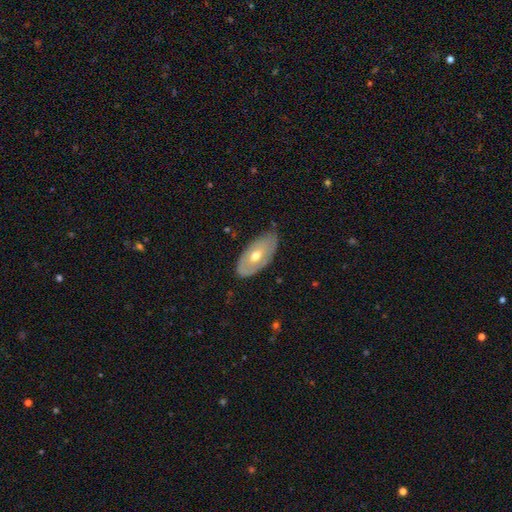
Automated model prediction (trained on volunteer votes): A featured or disk galaxy (49%).

Vote fractions:
- Smooth or featured? featured or disk: 49% / smooth: 45% / star or artifact: 6%
- Merging? none: 68% / minor disturbance: 26% / major disturbance: 5% / merger: 1%